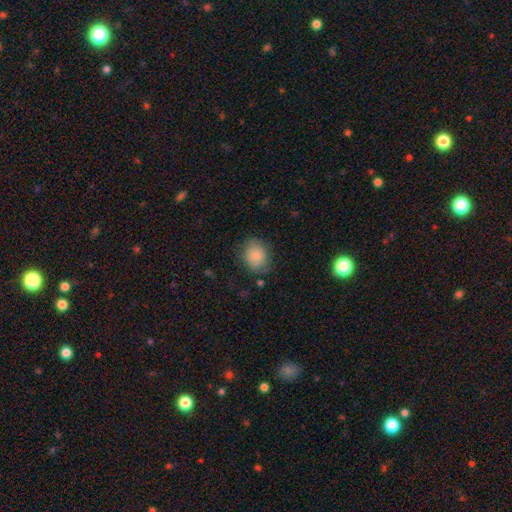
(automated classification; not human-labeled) Morphology: type=smooth (83%); roundness=round (59%); merging=none (75%).